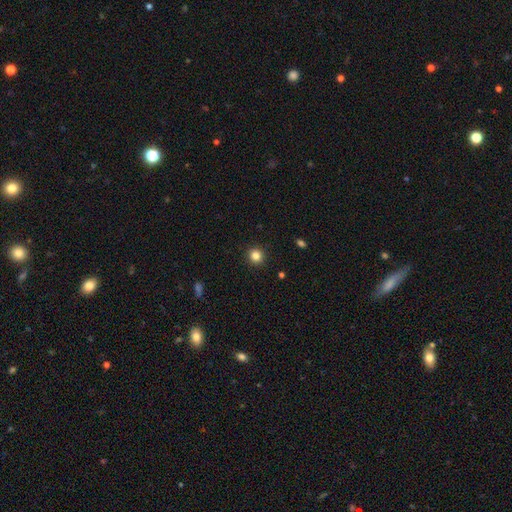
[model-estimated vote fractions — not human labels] Overall: smooth (84%). How rounded: round (92%). Merging: none (92%).